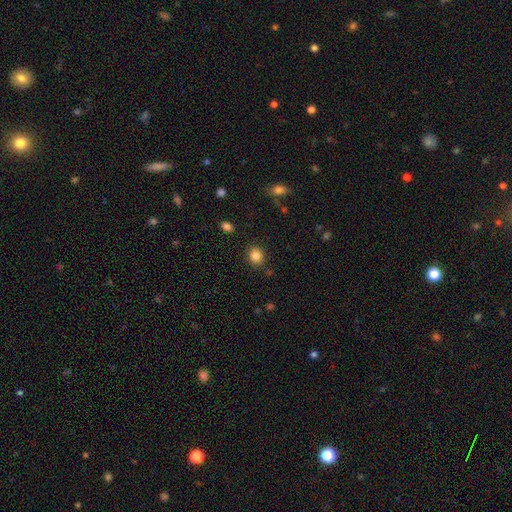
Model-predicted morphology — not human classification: Overall: smooth (85%). How rounded: round (74%). Merging: none (87%).